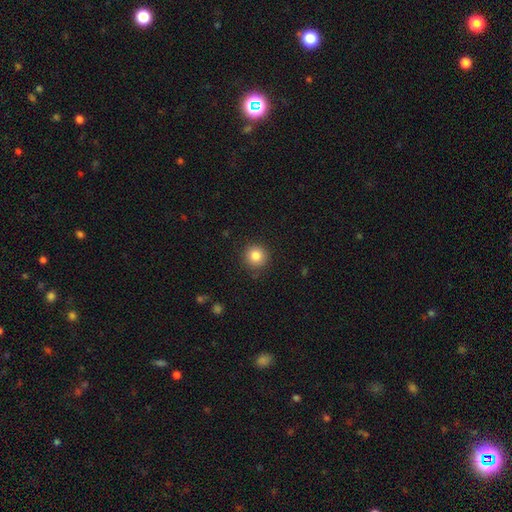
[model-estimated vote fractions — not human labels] smooth_or_featured: smooth (p=0.83) [alt: star or artifact p=0.10]
how_rounded: round (p=0.94) [alt: in between p=0.05]
merging: none (p=0.89) [alt: minor disturbance p=0.08]